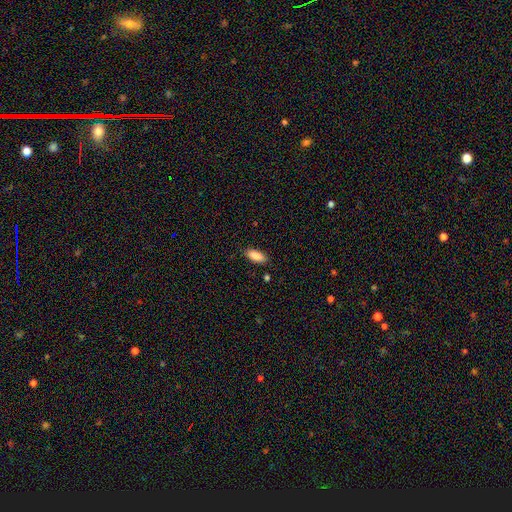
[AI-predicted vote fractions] This appears to be a smooth galaxy with no disk features (88%) that is in between round and cigar-shaped (84%). Merging: none (85%).